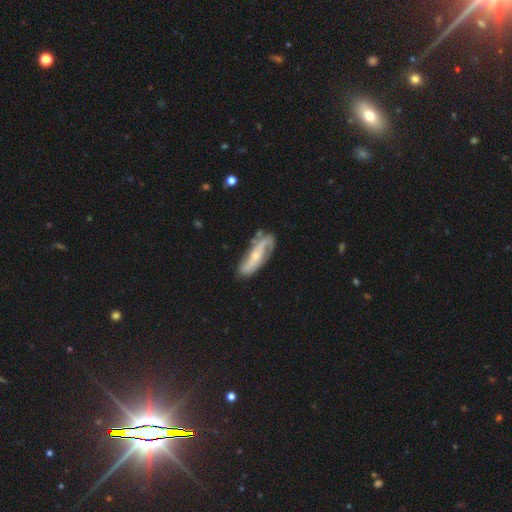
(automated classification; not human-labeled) A featured or disk galaxy (72%) with no bar (50%), spiral arms (83%) and a small central bulge (67%).

Vote fractions:
- Smooth or featured? featured or disk: 72% / smooth: 23% / star or artifact: 6%
- Edge-on disk? no: 79% / yes: 21%
- Bar? no: 50% / strong: 25% / weak: 24%
- Spiral arms? yes: 83% / no: 17%
- Bulge size? small: 67% / moderate: 29% / none: 2% / large: 1% / dominant: 1%
- Merging? none: 61% / minor disturbance: 25% / major disturbance: 10% / merger: 4%